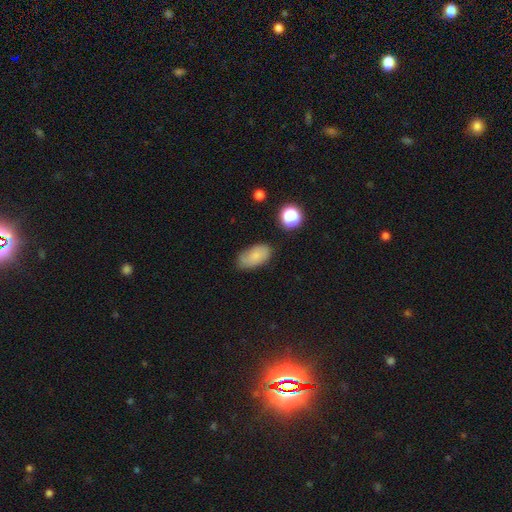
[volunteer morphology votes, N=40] A smooth galaxy with no disk features (78%) that is in between round and cigar-shaped (90%). Merging: none (68%).